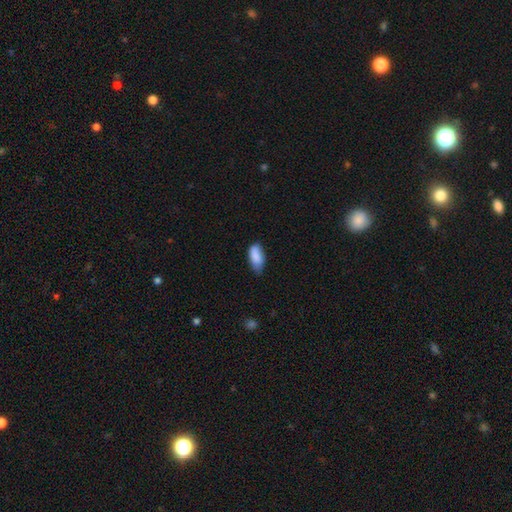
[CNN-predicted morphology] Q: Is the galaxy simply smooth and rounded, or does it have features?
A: smooth — 86%.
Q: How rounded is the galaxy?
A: in between — 89%.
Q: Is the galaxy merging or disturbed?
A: none — 56%.